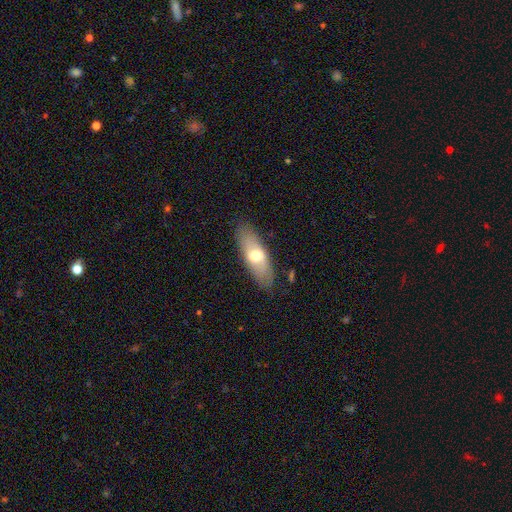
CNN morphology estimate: The model was most divided on "smooth or featured": smooth: 58%, featured or disk: 35%, star or artifact: 6%. More confident: merging — none (83%); how rounded — in between (70%).